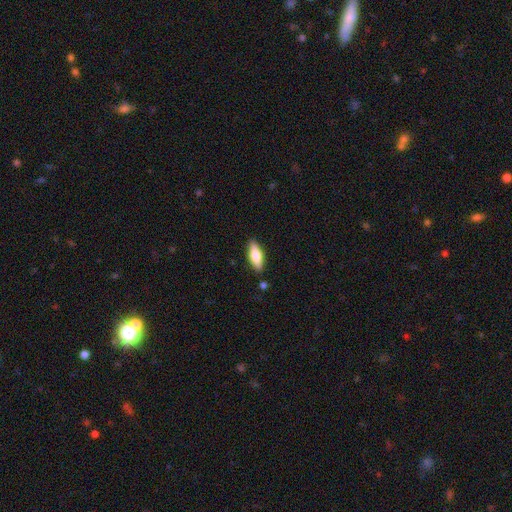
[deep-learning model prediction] The model was most divided on "how rounded": in between: 62%, cigar-shaped: 36%, round: 2%. More confident: merging — none (86%); smooth or featured — smooth (66%).